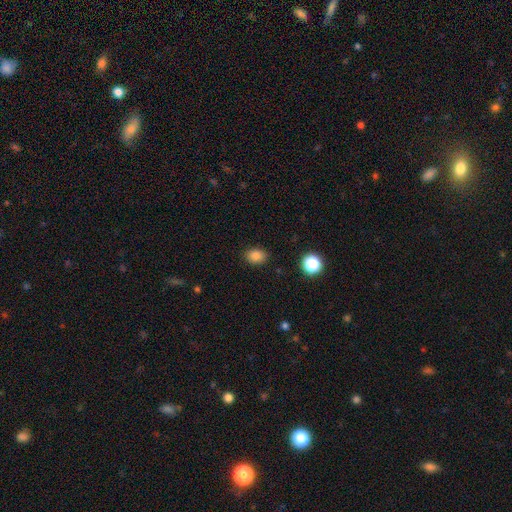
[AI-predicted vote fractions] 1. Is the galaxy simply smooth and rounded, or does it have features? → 84% smooth, 12% star or artifact, 5% featured or disk.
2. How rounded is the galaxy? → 60% in between, 39% round, 1% cigar-shaped.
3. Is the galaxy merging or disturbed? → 86% none, 10% minor disturbance, 3% major disturbance, 1% merger.